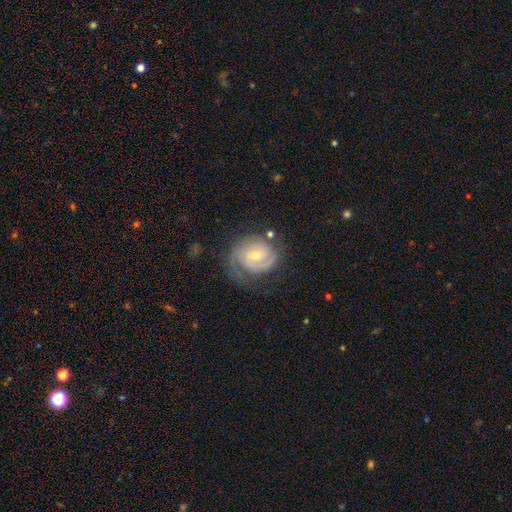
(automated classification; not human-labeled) This is clearly a featured or disk galaxy (87%). It is clearly not viewed edge-on (98%). Bar: possibly no (58%). Spiral arm pattern: clearly yes (96%). Spiral arm count: possibly 2 (52%). Spiral winding: likely tight (64%). Central bulge: possibly moderate (51%). Merging: likely none (66%).